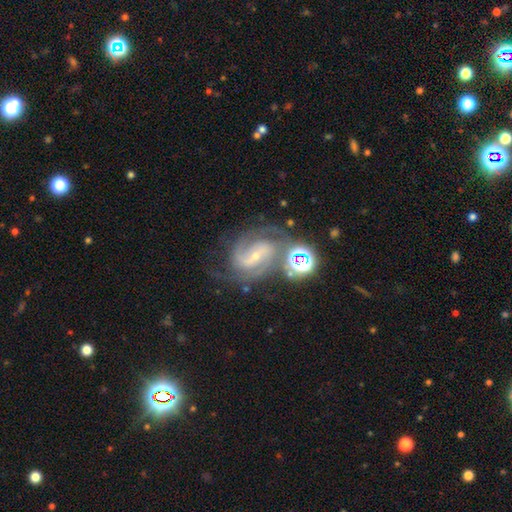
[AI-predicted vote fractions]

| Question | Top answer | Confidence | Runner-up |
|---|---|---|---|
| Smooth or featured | featured or disk | 85% | star or artifact (9%) |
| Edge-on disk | no | 97% | yes (3%) |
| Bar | weak | 42% | strong (35%) |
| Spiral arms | yes | 97% | no (3%) |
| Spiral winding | medium | 52% | tight (35%) |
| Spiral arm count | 2 | 63% | 3 (16%) |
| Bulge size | small | 72% | moderate (23%) |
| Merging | none | 57% | minor disturbance (19%) |